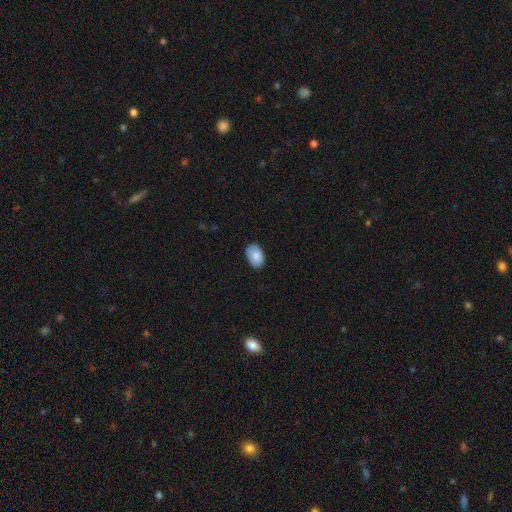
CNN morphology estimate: Overall: smooth (86%). How rounded: in between (88%). Merging: none (82%).